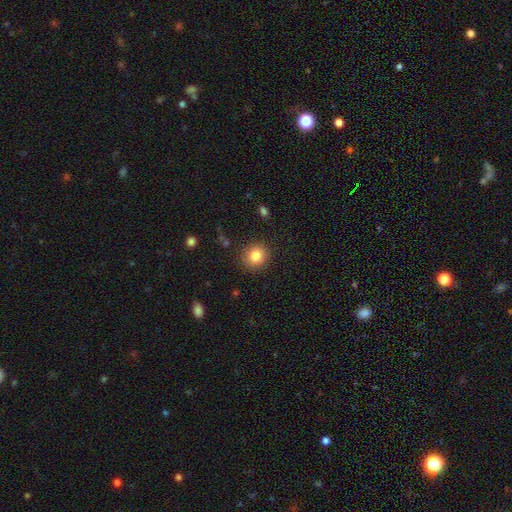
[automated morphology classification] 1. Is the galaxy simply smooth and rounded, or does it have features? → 84% smooth, 10% star or artifact, 6% featured or disk.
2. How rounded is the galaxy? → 85% round, 14% in between, 1% cigar-shaped.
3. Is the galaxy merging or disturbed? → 89% none, 8% minor disturbance, 3% major disturbance, 1% merger.